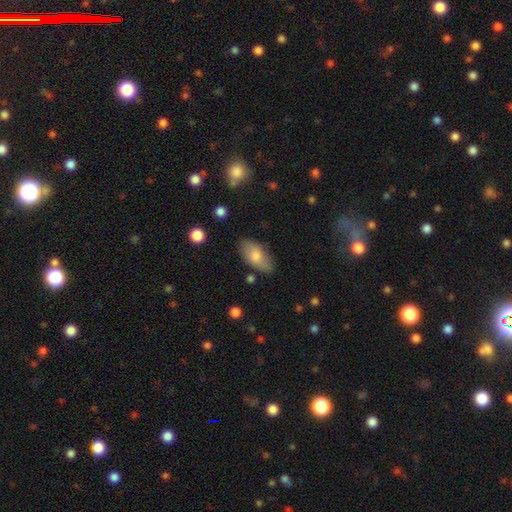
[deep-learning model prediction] A smooth galaxy with no disk features (76%) that is in between round and cigar-shaped (92%).

Vote fractions:
- Smooth or featured? smooth: 76% / featured or disk: 18% / star or artifact: 7%
- How rounded? in between: 92% / cigar-shaped: 5% / round: 3%
- Merging? none: 78% / minor disturbance: 16% / major disturbance: 4% / merger: 2%